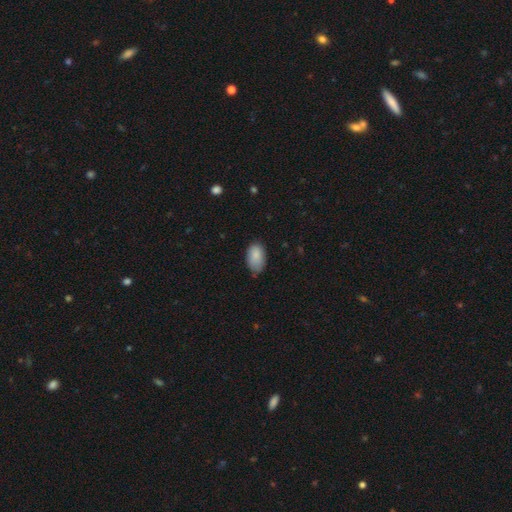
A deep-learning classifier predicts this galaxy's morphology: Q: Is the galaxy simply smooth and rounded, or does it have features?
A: smooth — 86%.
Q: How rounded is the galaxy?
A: in between — 93%.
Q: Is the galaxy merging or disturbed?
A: none — 68%.